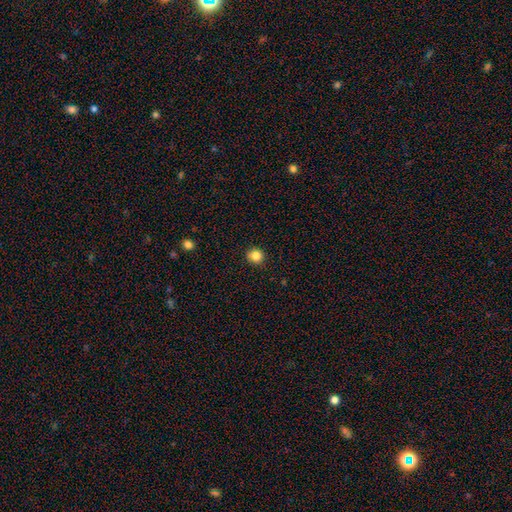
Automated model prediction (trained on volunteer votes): This is clearly a smooth galaxy (84%). How rounded: clearly round (89%). Merging: clearly none (91%).